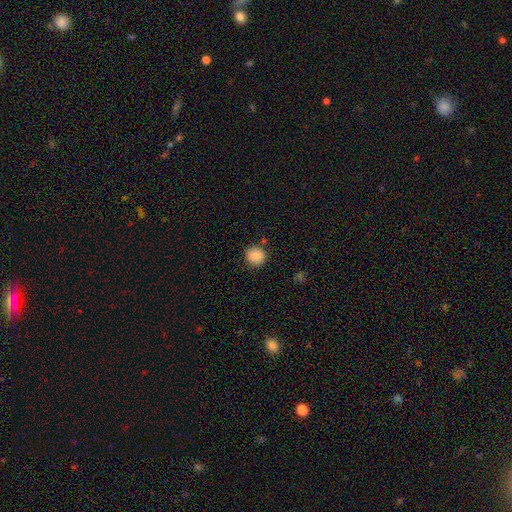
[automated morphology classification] Q: Smooth or featured?
A: smooth (85%); runner-up: star or artifact (9%)
Q: How rounded?
A: round (90%); runner-up: in between (9%)
Q: Merging?
A: none (85%); runner-up: minor disturbance (10%)